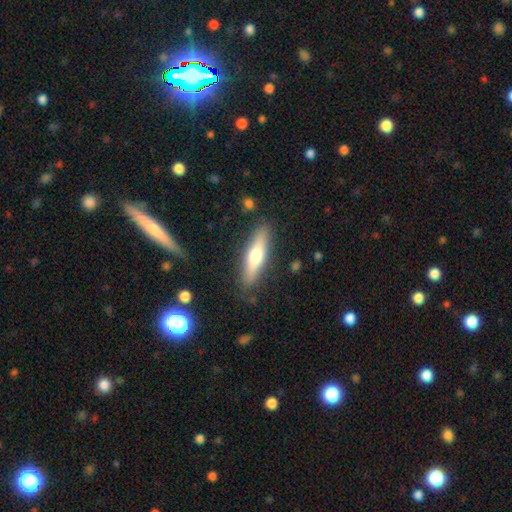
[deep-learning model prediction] Q: Smooth or featured?
A: smooth (53%); runner-up: featured or disk (41%)
Q: How rounded?
A: cigar-shaped (74%); runner-up: in between (24%)
Q: Merging?
A: none (85%); runner-up: minor disturbance (10%)